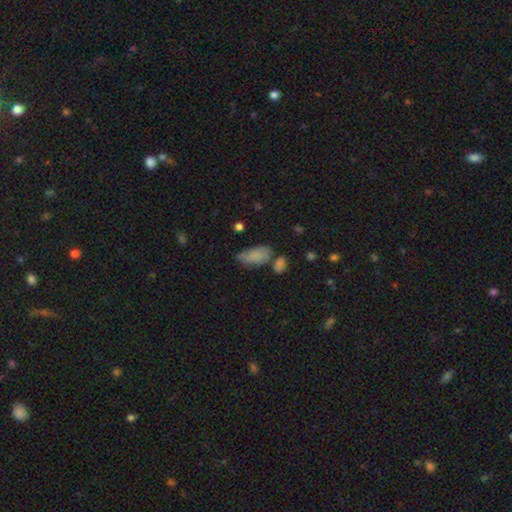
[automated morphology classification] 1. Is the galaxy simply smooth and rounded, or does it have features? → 80% smooth, 11% featured or disk, 9% star or artifact.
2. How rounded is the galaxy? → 90% in between, 7% cigar-shaped, 4% round.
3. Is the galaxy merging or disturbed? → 46% none, 28% minor disturbance, 15% merger, 11% major disturbance.